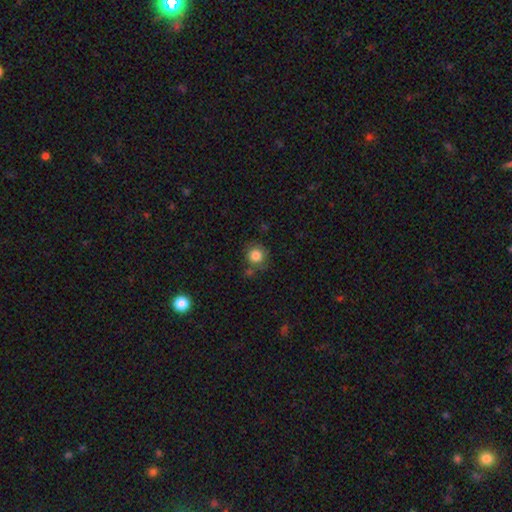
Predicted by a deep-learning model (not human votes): This is clearly a smooth galaxy (84%). How rounded: clearly round (92%). Merging: likely none (73%).